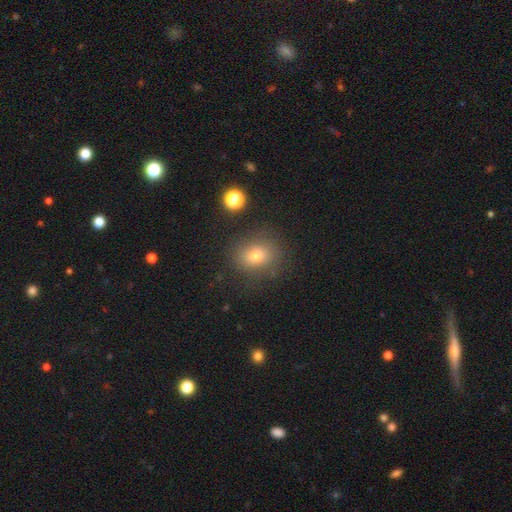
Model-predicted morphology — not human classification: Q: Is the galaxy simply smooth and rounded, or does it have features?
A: smooth — 72%.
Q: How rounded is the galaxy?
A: round — 57%.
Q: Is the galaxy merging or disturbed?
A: none — 82%.